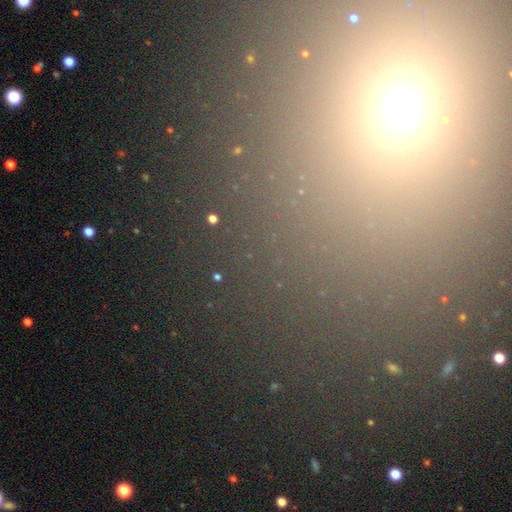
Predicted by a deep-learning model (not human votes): smooth_or_featured: star or artifact (p=0.67) [alt: smooth p=0.23]